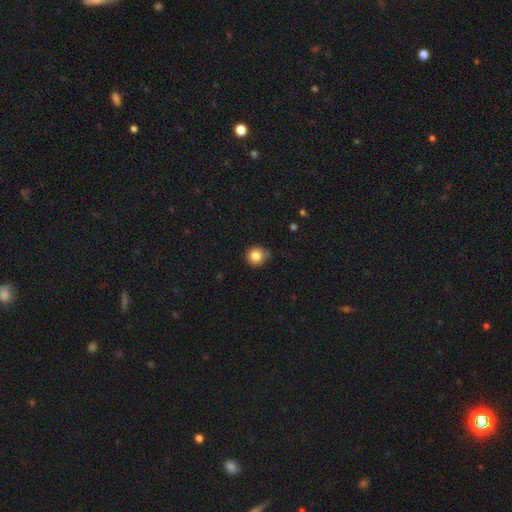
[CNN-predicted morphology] This appears to be a smooth galaxy with no disk features (83%) that is round (90%). Merging: none (74%).